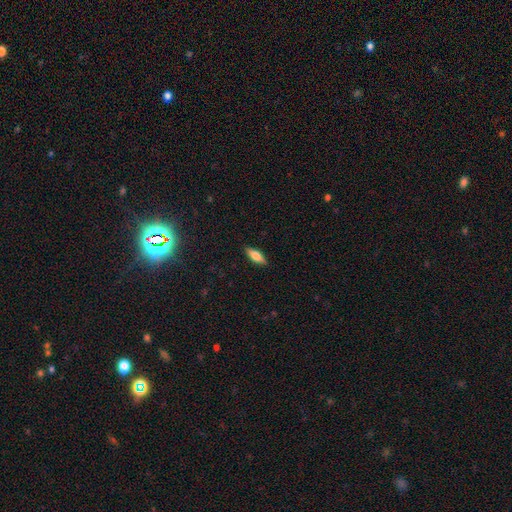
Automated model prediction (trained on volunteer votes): Smooth or featured? smooth (64%)
How rounded? in between (62%)
Merging? none (88%)